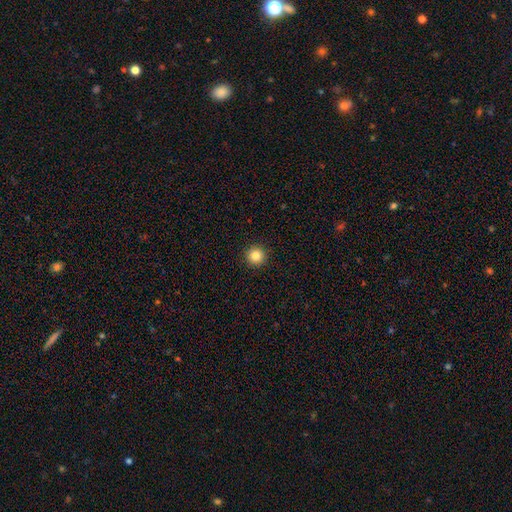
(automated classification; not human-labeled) Smooth or featured?
  - smooth: 84% *
  - star or artifact: 11%
  - featured or disk: 5%
How rounded?
  - round: 96% *
  - in between: 3%
  - cigar-shaped: 1%
Merging?
  - none: 93% *
  - minor disturbance: 4%
  - major disturbance: 2%
  - merger: 1%